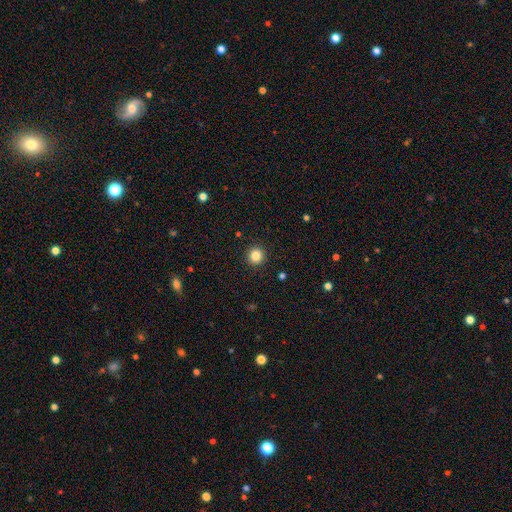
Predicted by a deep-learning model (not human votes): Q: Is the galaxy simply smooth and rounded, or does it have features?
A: smooth — 84%.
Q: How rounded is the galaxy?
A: round — 94%.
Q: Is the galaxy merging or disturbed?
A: none — 92%.